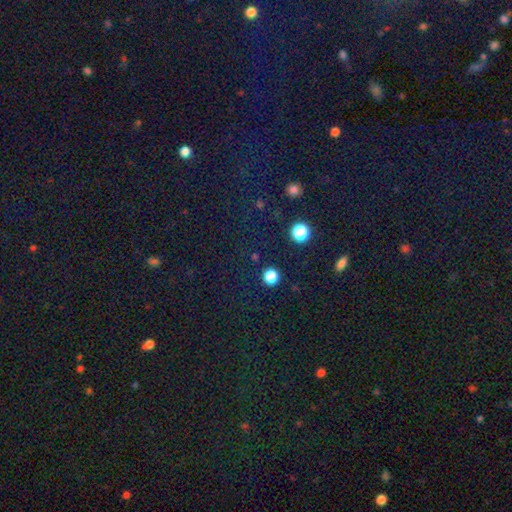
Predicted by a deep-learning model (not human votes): This is likely a star or artifact rather than a galaxy (77%).